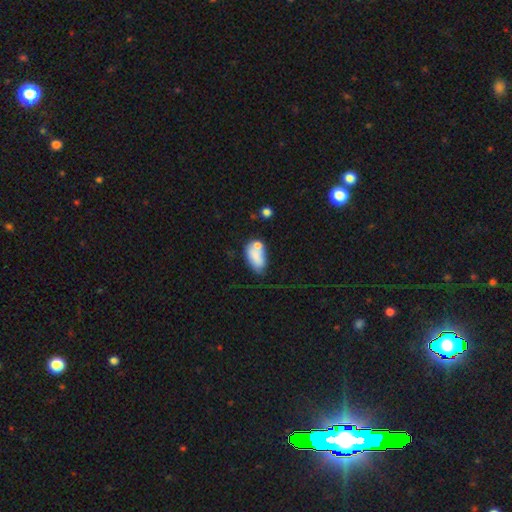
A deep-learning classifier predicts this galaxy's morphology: smooth_or_featured: smooth (p=0.72) [alt: featured or disk p=0.20]
how_rounded: in between (p=0.91) [alt: round p=0.07]
merging: none (p=0.34) [alt: merger p=0.28]